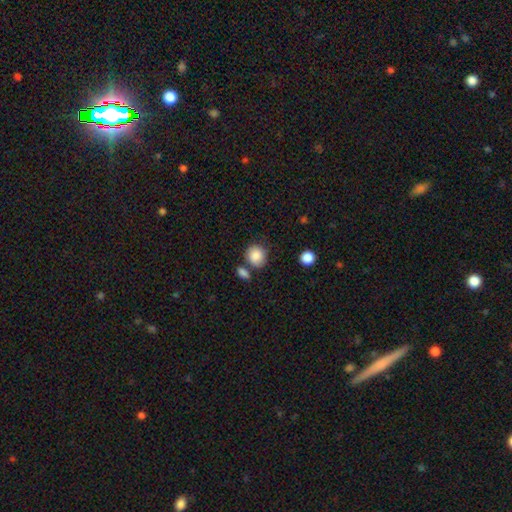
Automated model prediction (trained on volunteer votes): Overall: smooth (87%). How rounded: round (80%). Merging: none (66%).